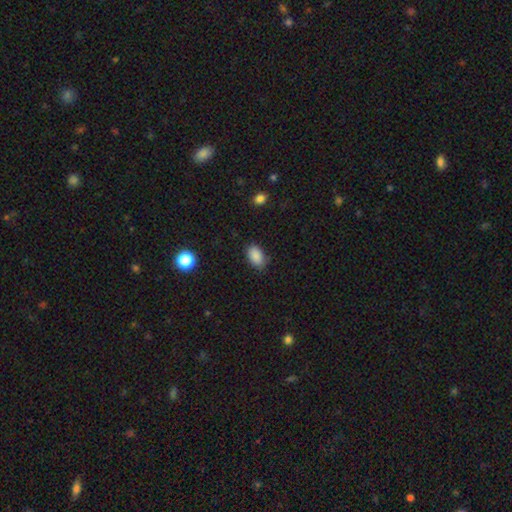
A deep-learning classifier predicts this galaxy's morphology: A smooth galaxy with no disk features (88%) that is in between round and cigar-shaped (91%). Merging: none (84%).